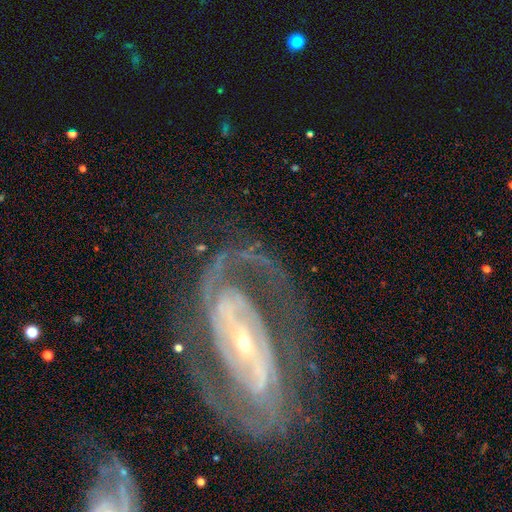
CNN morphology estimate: type=featured or disk (89%); edge-on=no (95%); bar=strong (46%); spiral arms=yes (95%); winding=medium (45%); arm count=2 (74%); bulge=small (76%); merging=none (66%).